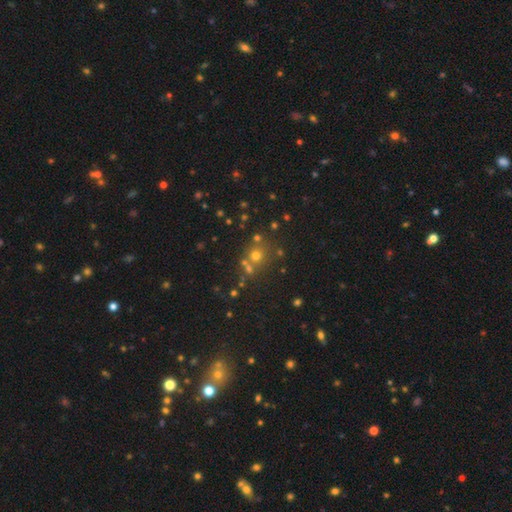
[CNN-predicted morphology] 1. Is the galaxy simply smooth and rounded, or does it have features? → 48% smooth, 39% star or artifact, 13% featured or disk.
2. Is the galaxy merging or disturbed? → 63% none, 24% merger, 9% minor disturbance, 4% major disturbance.